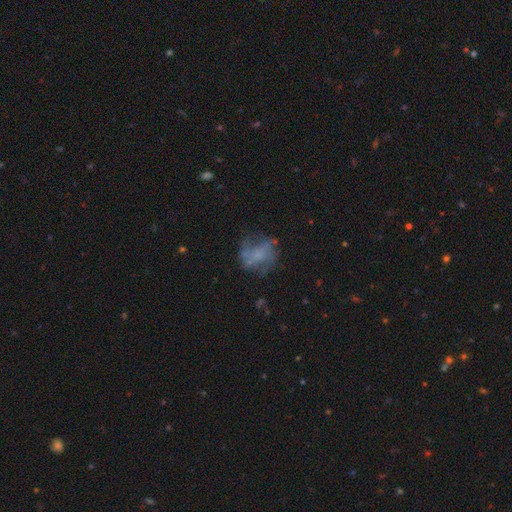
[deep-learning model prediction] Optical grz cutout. It shows a featured or disk galaxy (53%) with no bar (80%), no spiral arms (57%) and no central bulge (60%). Merging: none (54%).